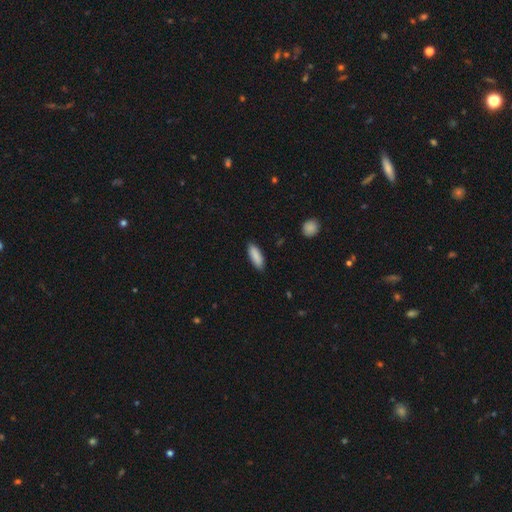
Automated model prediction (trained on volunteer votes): A smooth galaxy with no disk features (89%) that is in between round and cigar-shaped (61%).

Vote fractions:
- Smooth or featured? smooth: 89% / star or artifact: 6% / featured or disk: 5%
- How rounded? in between: 61% / cigar-shaped: 37% / round: 2%
- Merging? none: 87% / minor disturbance: 10% / major disturbance: 2% / merger: 1%